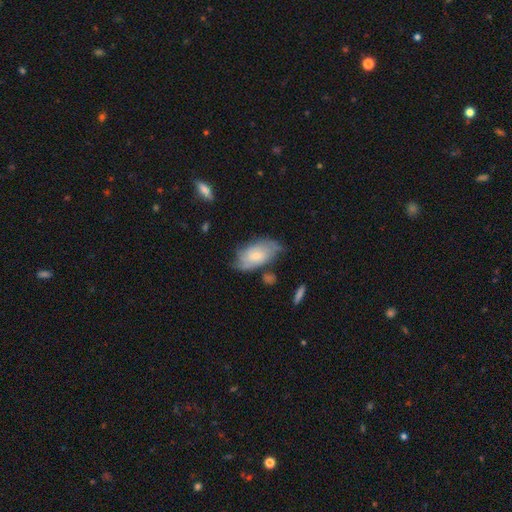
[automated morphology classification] smooth-or-featured: smooth: 51% | featured or disk: 43% | star or artifact: 6%
  how-rounded: in between: 92% | round: 5% | cigar-shaped: 3%
  merging: none: 59% | minor disturbance: 28% | major disturbance: 8% | merger: 5%